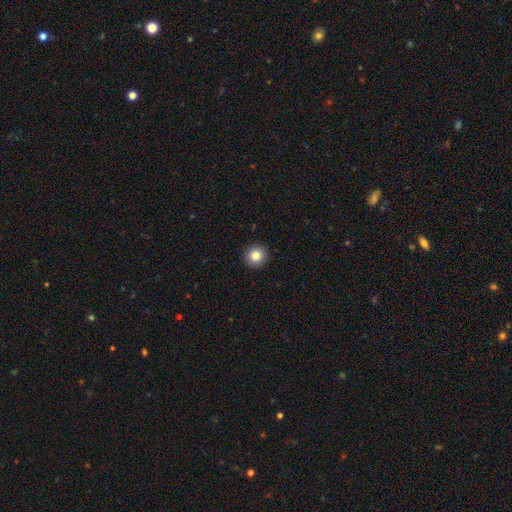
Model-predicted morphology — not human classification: This is clearly a smooth galaxy (83%). How rounded: clearly round (94%). Merging: clearly none (93%).